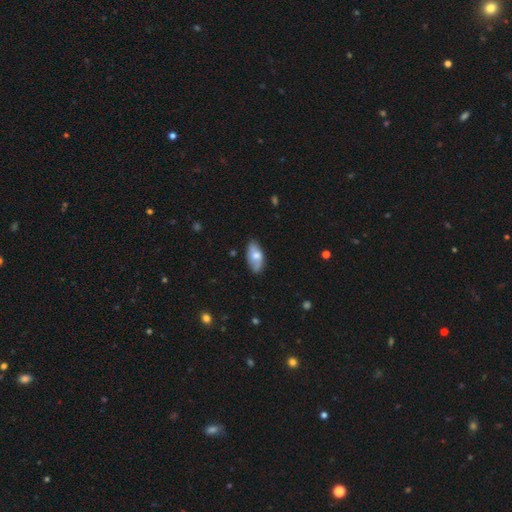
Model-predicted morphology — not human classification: Smooth or featured? Predicted: smooth (p=0.64). How rounded? Predicted: in between (p=0.91). Merging? Predicted: none (p=0.78).